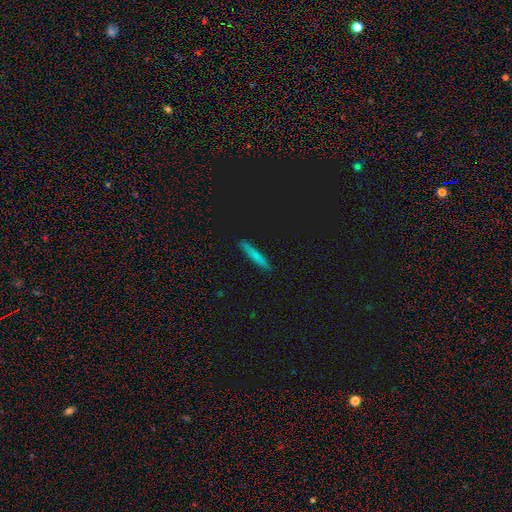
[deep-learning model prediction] Smooth or featured? smooth (68%)
How rounded? cigar-shaped (93%)
Merging? none (90%)